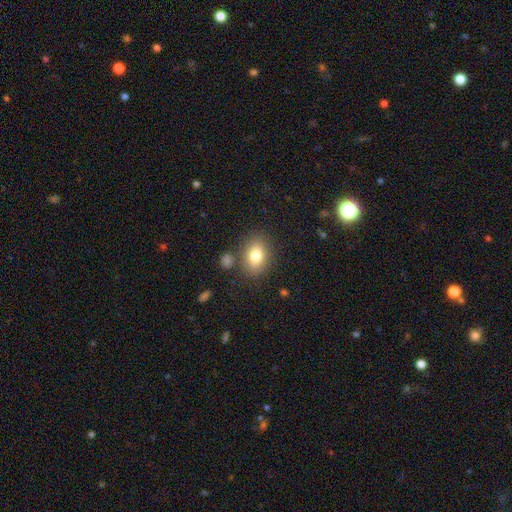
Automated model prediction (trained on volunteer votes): smooth-or-featured: smooth: 79% | featured or disk: 12% | star or artifact: 9%
  how-rounded: in between: 76% | round: 22% | cigar-shaped: 1%
  merging: none: 78% | minor disturbance: 12% | merger: 6% | major disturbance: 4%